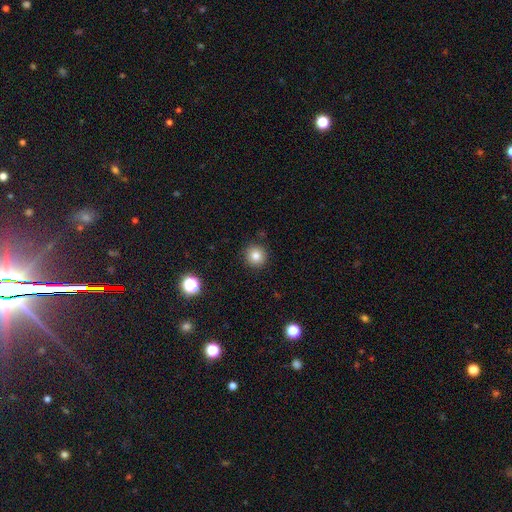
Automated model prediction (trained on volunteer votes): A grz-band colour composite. It shows a smooth galaxy with no disk features (82%) that is round (93%). Merging: none (91%).